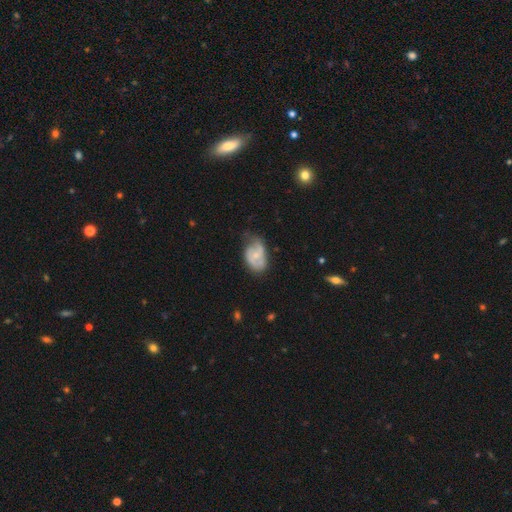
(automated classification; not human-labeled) featured or disk 59%, smooth 35%, star or artifact 7%. Down the decision tree: edge-on disk — no (97%); bar — no (64%); spiral arms — yes (79%); bulge size — small (61%); merging — none (44%).